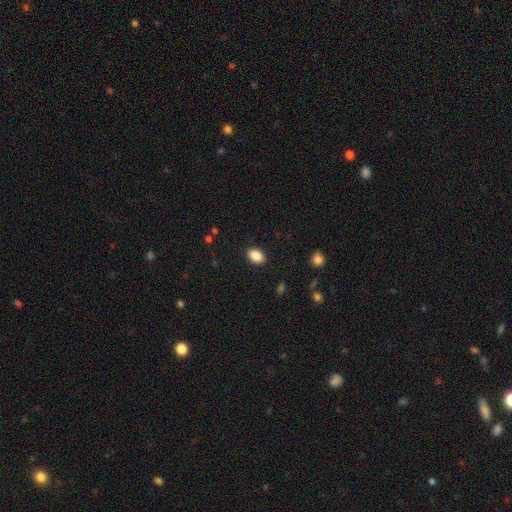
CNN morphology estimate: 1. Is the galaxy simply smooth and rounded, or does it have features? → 87% smooth, 8% star or artifact, 5% featured or disk.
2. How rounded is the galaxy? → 83% in between, 16% round, 1% cigar-shaped.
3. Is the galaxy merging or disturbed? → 89% none, 8% minor disturbance, 2% major disturbance, 1% merger.